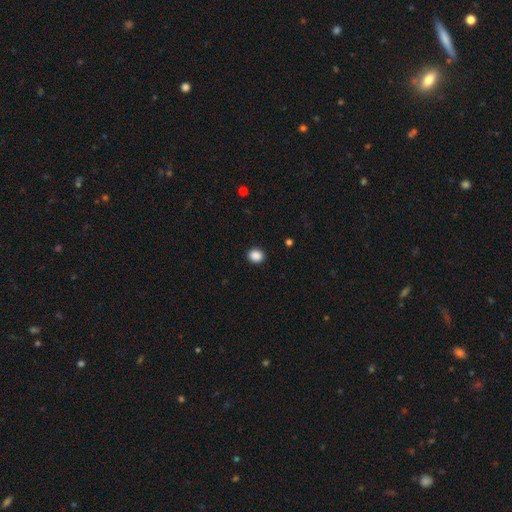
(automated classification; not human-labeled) A smooth galaxy with no disk features (89%) that is round (63%).

Vote fractions:
- Smooth or featured? smooth: 89% / star or artifact: 9% / featured or disk: 2%
- How rounded? round: 63% / in between: 36% / cigar-shaped: 1%
- Merging? none: 91% / minor disturbance: 6% / major disturbance: 2% / merger: 1%